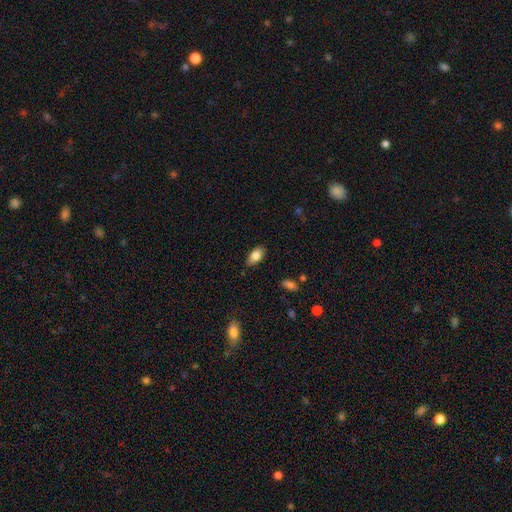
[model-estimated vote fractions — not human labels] smooth_or_featured: smooth (p=0.82) [alt: featured or disk p=0.11]
how_rounded: in between (p=0.91) [alt: round p=0.05]
merging: none (p=0.82) [alt: minor disturbance p=0.14]